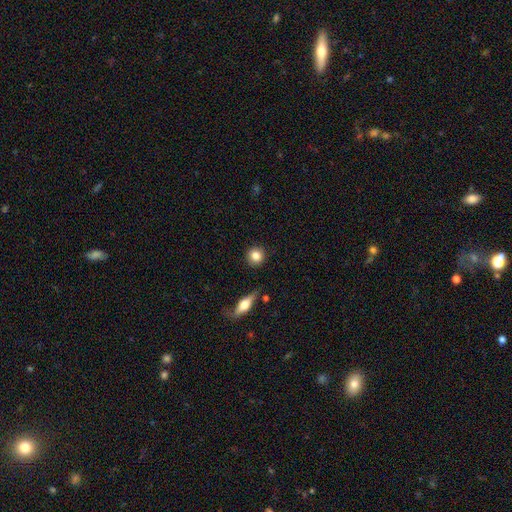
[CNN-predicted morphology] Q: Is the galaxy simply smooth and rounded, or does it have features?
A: smooth — 83%.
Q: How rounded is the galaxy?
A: round — 92%.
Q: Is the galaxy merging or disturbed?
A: none — 90%.